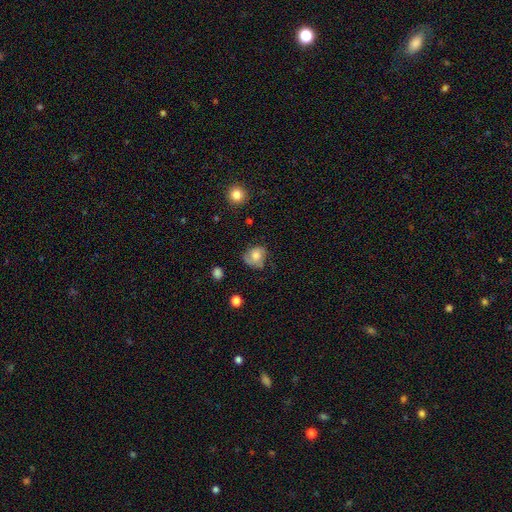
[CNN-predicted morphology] smooth-or-featured: smooth: 60% | featured or disk: 31% | star or artifact: 9%
  how-rounded: round: 65% | in between: 34% | cigar-shaped: 1%
  merging: none: 51% | minor disturbance: 30% | major disturbance: 16% | merger: 2%